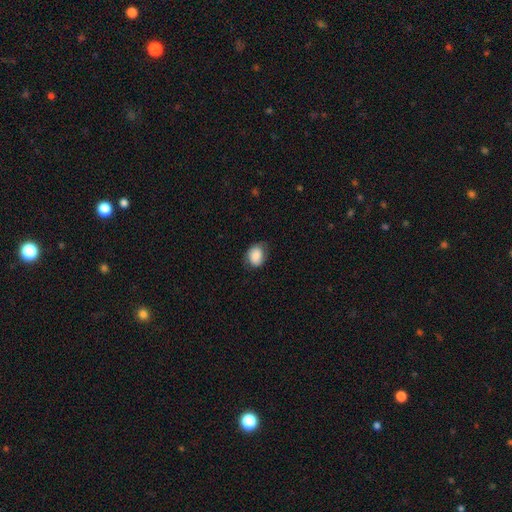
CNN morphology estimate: This is clearly a smooth galaxy (81%). How rounded: likely in between (65%). Merging: likely none (63%).